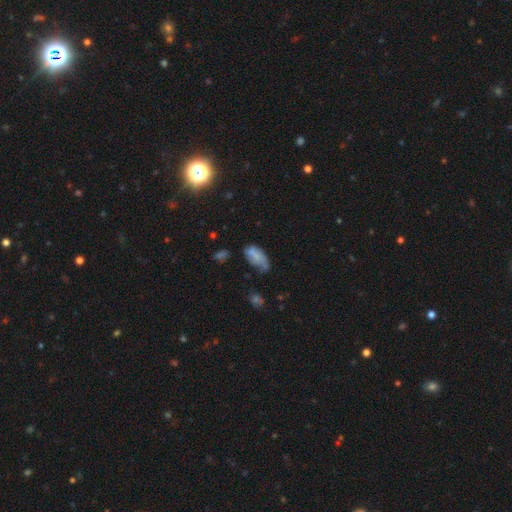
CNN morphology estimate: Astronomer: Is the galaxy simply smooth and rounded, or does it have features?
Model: smooth — 68%.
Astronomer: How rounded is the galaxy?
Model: in between — 89%.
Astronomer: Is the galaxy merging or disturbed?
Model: minor disturbance — 37% (runner-up: none, 31%).